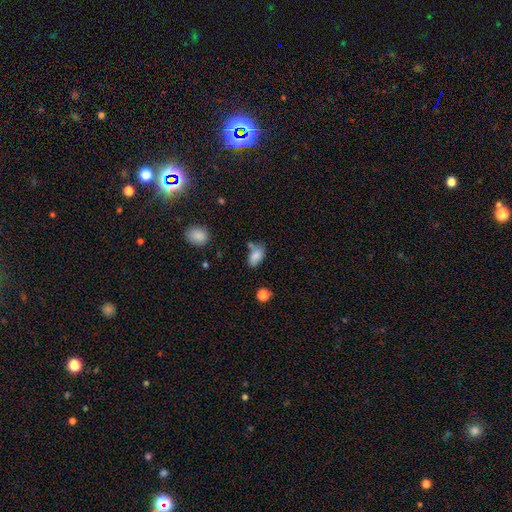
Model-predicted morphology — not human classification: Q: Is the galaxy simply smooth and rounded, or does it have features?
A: smooth — 79%.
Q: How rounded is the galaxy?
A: in between — 90%.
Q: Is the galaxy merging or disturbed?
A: none — 46%.